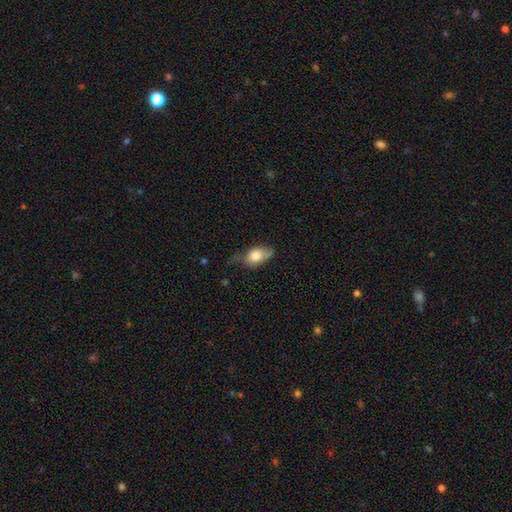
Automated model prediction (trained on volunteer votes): Overall: smooth (71%). How rounded: in between (86%). Merging: none (39%, tied with minor disturbance).